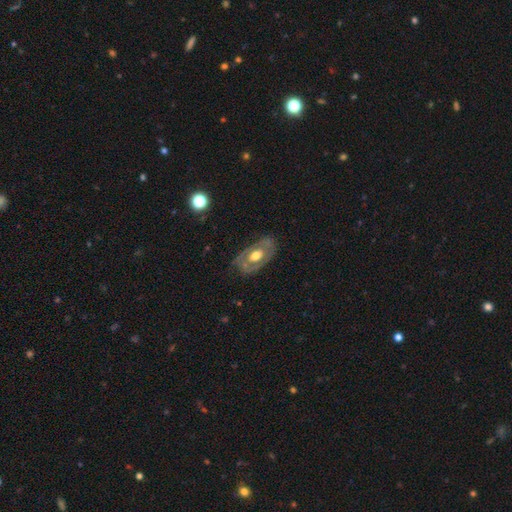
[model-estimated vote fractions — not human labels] Q: Smooth or featured?
A: featured or disk (68%); runner-up: smooth (27%)
Q: Edge-on disk?
A: no (92%); runner-up: yes (8%)
Q: Bar?
A: no (77%); runner-up: weak (18%)
Q: Spiral arms?
A: no (59%); runner-up: yes (41%)
Q: Bulge size?
A: moderate (69%); runner-up: large (21%)
Q: Merging?
A: none (73%); runner-up: minor disturbance (19%)